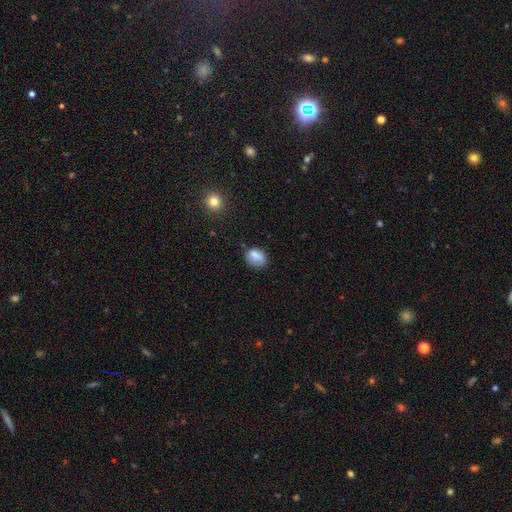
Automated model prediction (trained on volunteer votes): A smooth galaxy with no disk features (81%) that is in between round and cigar-shaped (66%). Merging: none (63%).